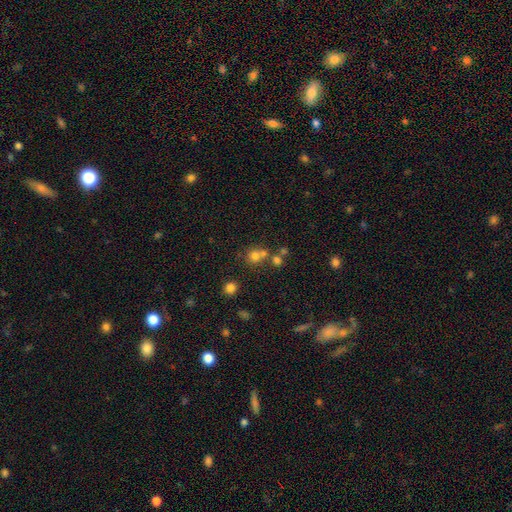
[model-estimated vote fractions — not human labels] The model was most divided on "merging": none: 53%, merger: 35%, minor disturbance: 8%, major disturbance: 4%. More confident: how rounded — round (86%); smooth or featured — smooth (68%).